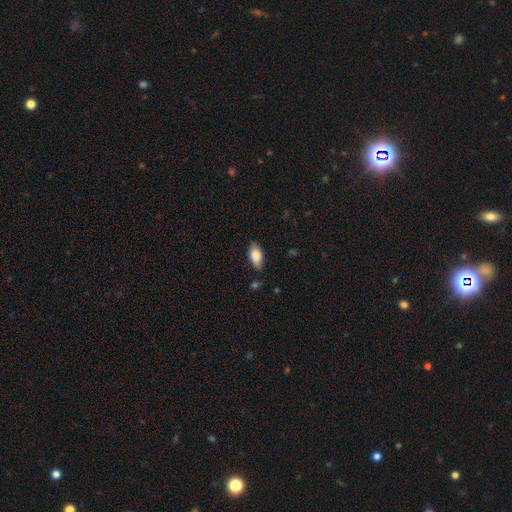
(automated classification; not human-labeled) A smooth galaxy with no disk features (84%) that is in between round and cigar-shaped (91%).

Vote fractions:
- Smooth or featured? smooth: 84% / featured or disk: 9% / star or artifact: 7%
- How rounded? in between: 91% / cigar-shaped: 6% / round: 4%
- Merging? none: 75% / minor disturbance: 20% / major disturbance: 4% / merger: 2%